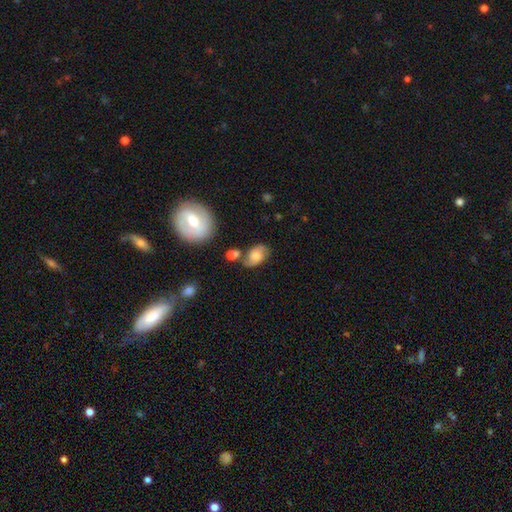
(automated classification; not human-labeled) Overall: smooth (49%; featured or disk 42%). Merging: none (53%; minor disturbance 23%).